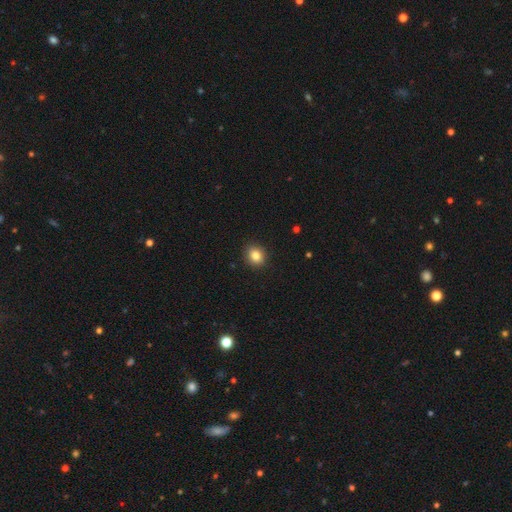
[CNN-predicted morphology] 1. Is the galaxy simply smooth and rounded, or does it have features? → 84% smooth, 10% star or artifact, 6% featured or disk.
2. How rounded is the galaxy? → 71% round, 28% in between, 1% cigar-shaped.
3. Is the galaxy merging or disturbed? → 92% none, 6% minor disturbance, 2% major disturbance, 1% merger.